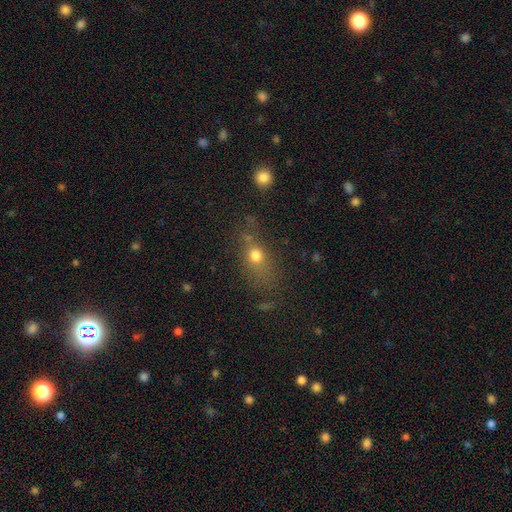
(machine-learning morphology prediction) smooth 68%, star or artifact 18%, featured or disk 14%. Down the decision tree: how rounded — in between (49%); merging — none (58%).